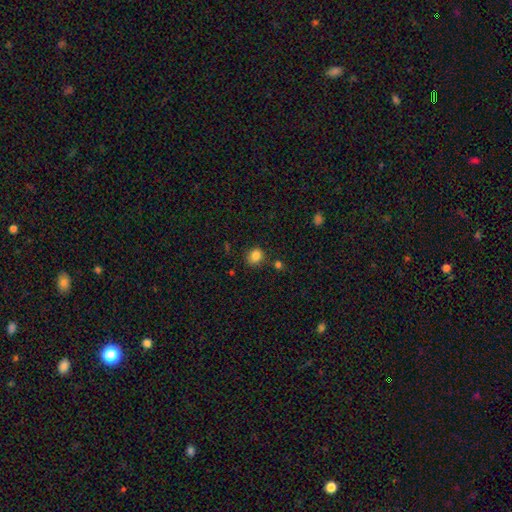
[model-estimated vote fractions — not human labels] smooth-or-featured: smooth: 84% | star or artifact: 11% | featured or disk: 5%
  how-rounded: round: 64% | in between: 35% | cigar-shaped: 1%
  merging: none: 80% | minor disturbance: 13% | merger: 4% | major disturbance: 3%